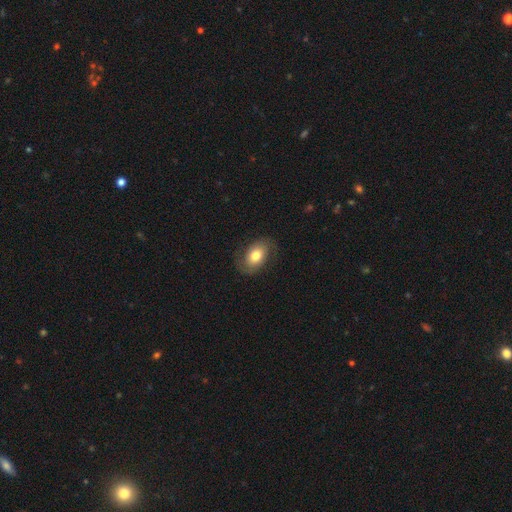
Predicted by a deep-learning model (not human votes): Smooth or featured?
  - smooth: 57% *
  - featured or disk: 36%
  - star or artifact: 8%
How rounded?
  - in between: 82% *
  - round: 17%
  - cigar-shaped: 1%
Merging?
  - none: 76% *
  - minor disturbance: 16%
  - major disturbance: 7%
  - merger: 1%